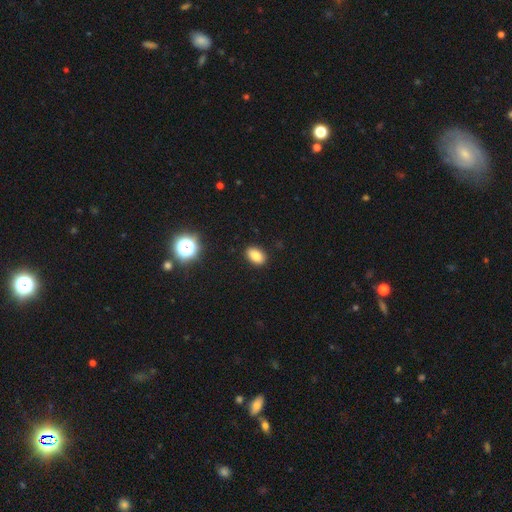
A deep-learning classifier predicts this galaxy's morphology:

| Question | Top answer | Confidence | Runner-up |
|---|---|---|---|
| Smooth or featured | smooth | 82% | star or artifact (12%) |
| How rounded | in between | 86% | round (13%) |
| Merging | none | 90% | minor disturbance (7%) |